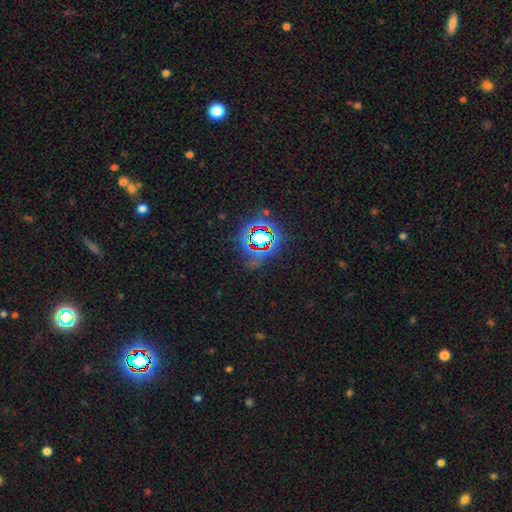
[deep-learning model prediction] Smooth or featured? star or artifact (69%)